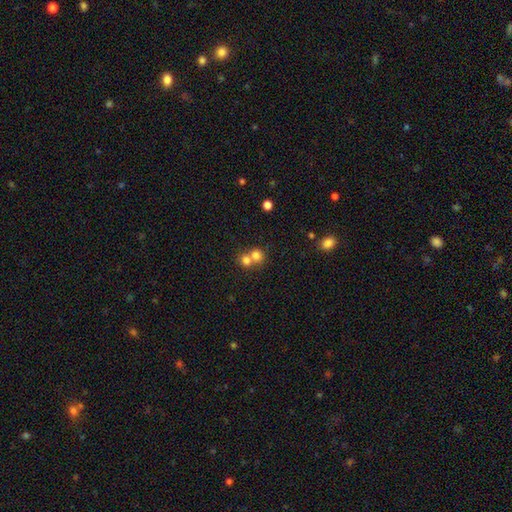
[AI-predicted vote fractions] Smooth or featured? smooth (75%)
How rounded? round (83%)
Merging? merger (59%)